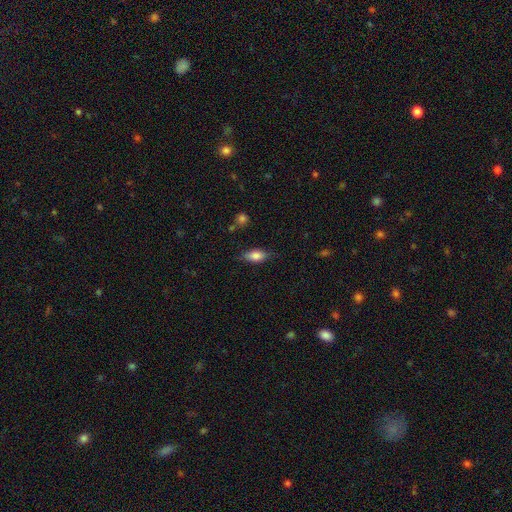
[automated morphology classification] Overall: smooth (77%). How rounded: in between (83%). Merging: none (75%).